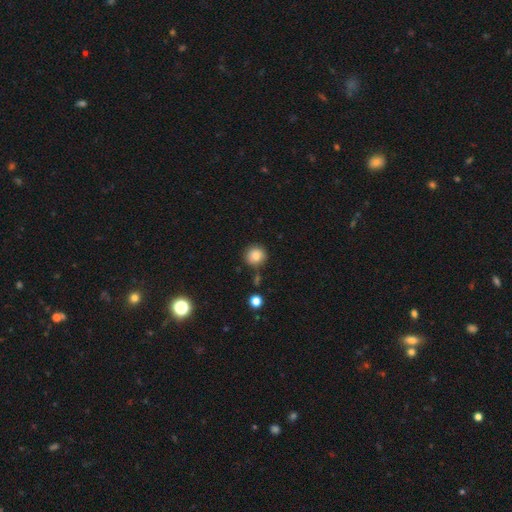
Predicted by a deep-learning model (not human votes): Morphology: type=smooth (82%); roundness=round (92%); merging=none (80%).